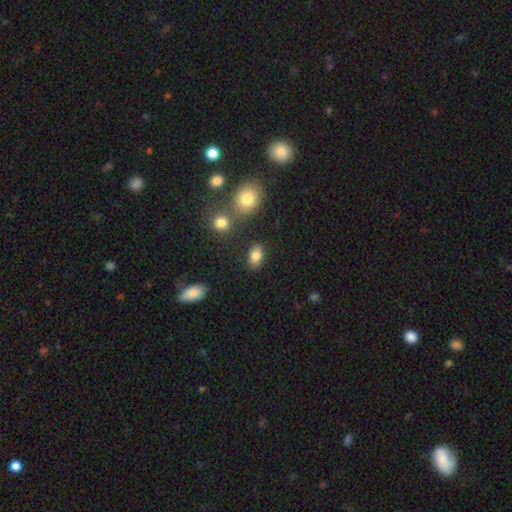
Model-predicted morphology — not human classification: Q: Smooth or featured?
A: smooth (82%); runner-up: star or artifact (9%)
Q: How rounded?
A: in between (87%); runner-up: round (11%)
Q: Merging?
A: none (82%); runner-up: minor disturbance (10%)